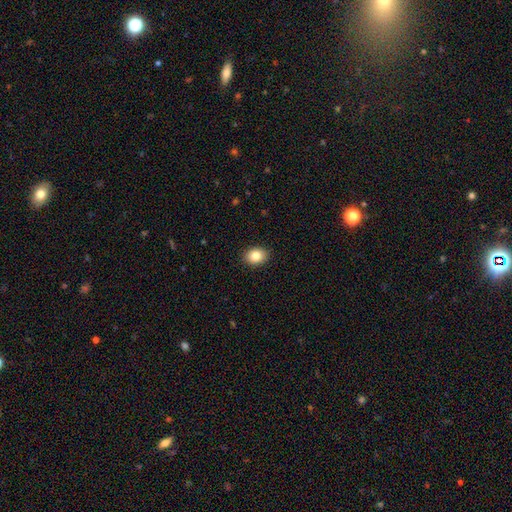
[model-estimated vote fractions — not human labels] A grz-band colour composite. It shows a smooth galaxy with no disk features (84%) that is in between round and cigar-shaped (60%). Merging: none (90%).